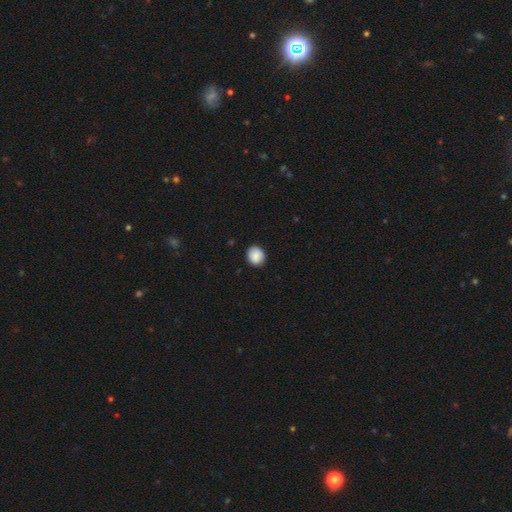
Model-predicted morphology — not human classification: smooth 88%, star or artifact 7%, featured or disk 5%. Down the decision tree: how rounded — round (71%); merging — none (87%).